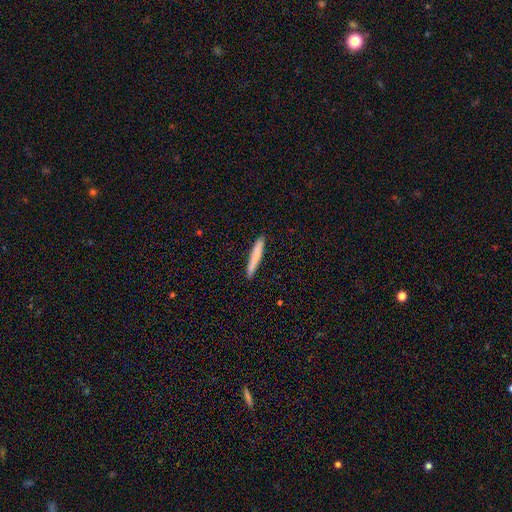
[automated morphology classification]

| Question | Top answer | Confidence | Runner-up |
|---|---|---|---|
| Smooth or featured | smooth | 76% | featured or disk (18%) |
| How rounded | cigar-shaped | 96% | in between (3%) |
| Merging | none | 90% | minor disturbance (7%) |